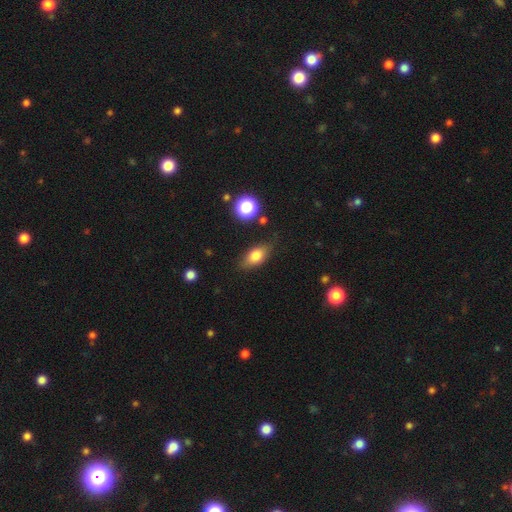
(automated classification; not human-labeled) Smooth or featured? Predicted: smooth (p=0.77). How rounded? Predicted: in between (p=0.83). Merging? Predicted: none (p=0.80).